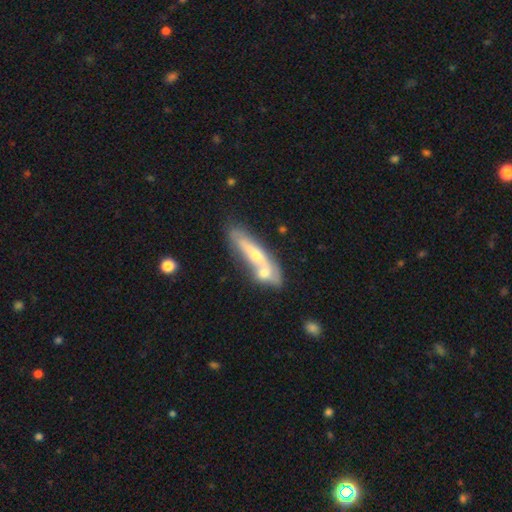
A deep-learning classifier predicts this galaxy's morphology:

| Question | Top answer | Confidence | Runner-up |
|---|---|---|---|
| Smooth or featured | featured or disk | 56% | smooth (38%) |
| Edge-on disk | yes | 56% | no (44%) |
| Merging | merger | 42% | none (38%) |